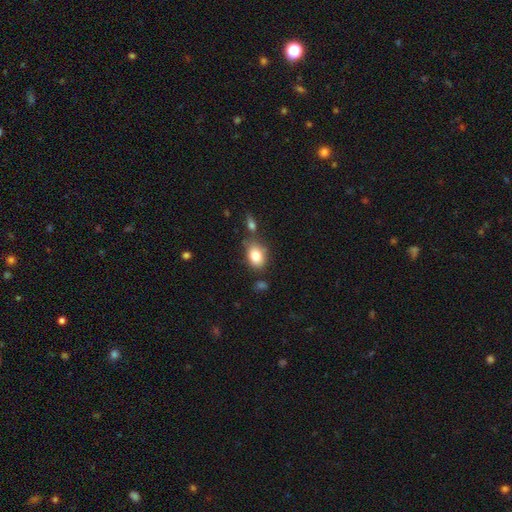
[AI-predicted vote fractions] A smooth galaxy with no disk features (82%) that is in between round and cigar-shaped (76%).

Vote fractions:
- Smooth or featured? smooth: 82% / featured or disk: 10% / star or artifact: 8%
- How rounded? in between: 76% / round: 23% / cigar-shaped: 1%
- Merging? none: 63% / minor disturbance: 19% / merger: 13% / major disturbance: 5%